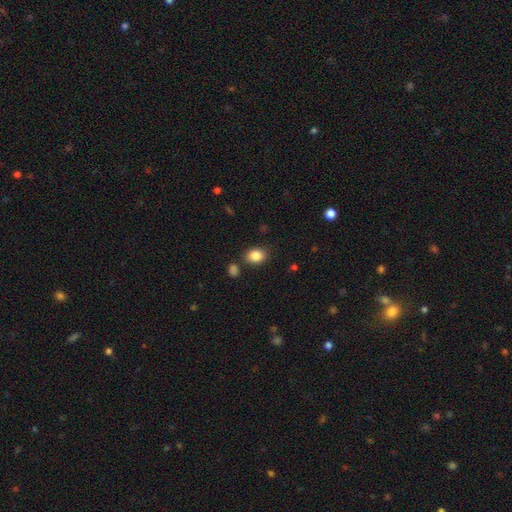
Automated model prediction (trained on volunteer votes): Smooth or featured?
  - smooth: 85% *
  - star or artifact: 9%
  - featured or disk: 5%
How rounded?
  - in between: 61% *
  - round: 37%
  - cigar-shaped: 1%
Merging?
  - none: 79% *
  - minor disturbance: 12%
  - merger: 6%
  - major disturbance: 3%